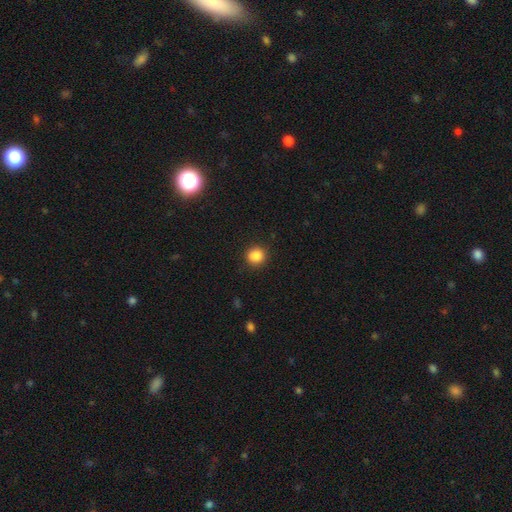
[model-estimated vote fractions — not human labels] Smooth or featured?
  - smooth: 87% *
  - star or artifact: 10%
  - featured or disk: 3%
How rounded?
  - round: 84% *
  - in between: 15%
  - cigar-shaped: 1%
Merging?
  - none: 88% *
  - minor disturbance: 8%
  - major disturbance: 2%
  - merger: 1%